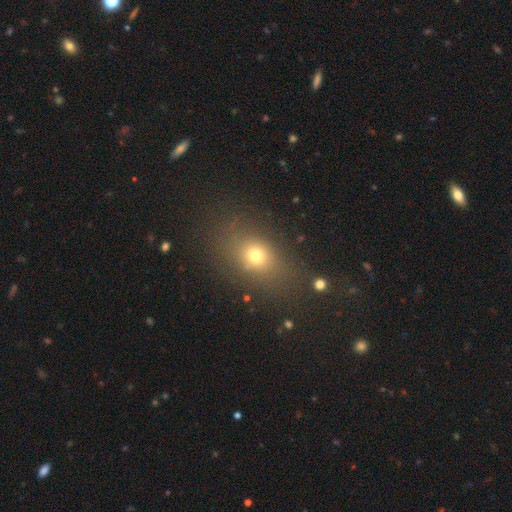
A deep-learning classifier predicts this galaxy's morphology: A smooth galaxy with no disk features (70%) that is in between round and cigar-shaped (58%).

Vote fractions:
- Smooth or featured? smooth: 70% / star or artifact: 18% / featured or disk: 12%
- How rounded? in between: 58% / round: 40% / cigar-shaped: 3%
- Merging? none: 79% / minor disturbance: 12% / major disturbance: 6% / merger: 3%